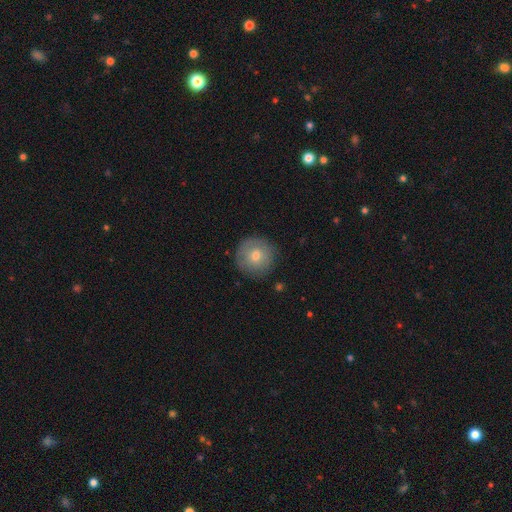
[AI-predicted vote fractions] This is likely a smooth galaxy (71%). How rounded: clearly round (95%). Merging: clearly none (85%).